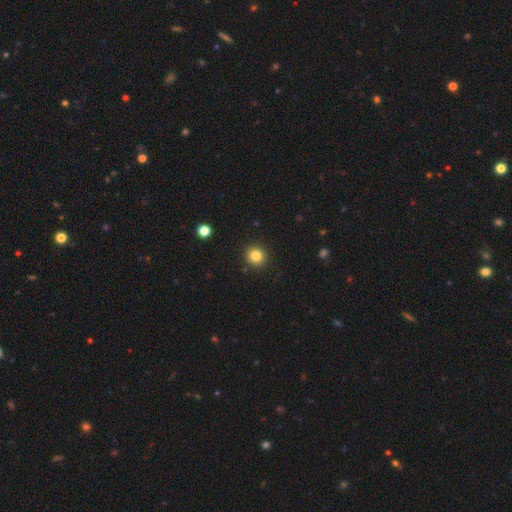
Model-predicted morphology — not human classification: Q: Smooth or featured?
A: smooth (82%); runner-up: star or artifact (12%)
Q: How rounded?
A: round (93%); runner-up: in between (7%)
Q: Merging?
A: none (91%); runner-up: minor disturbance (6%)